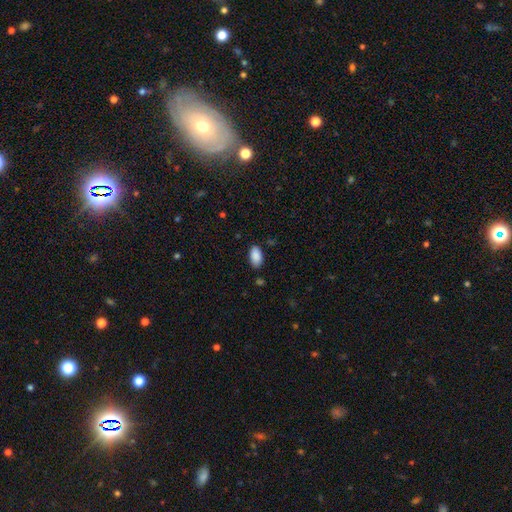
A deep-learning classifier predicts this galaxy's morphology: smooth 89%, star or artifact 7%, featured or disk 4%. Down the decision tree: how rounded — in between (95%); merging — none (84%).